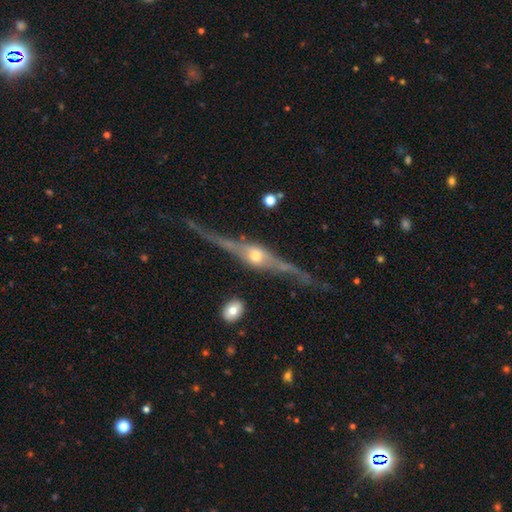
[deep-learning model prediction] smooth-or-featured: featured or disk: 90% | smooth: 6% | star or artifact: 4%
  disk-edge-on: yes: 94% | no: 6%
    edge-on-bulge: rounded: 94% | boxy: 4% | none: 2%
  merging: none: 74% | minor disturbance: 15% | major disturbance: 7% | merger: 4%